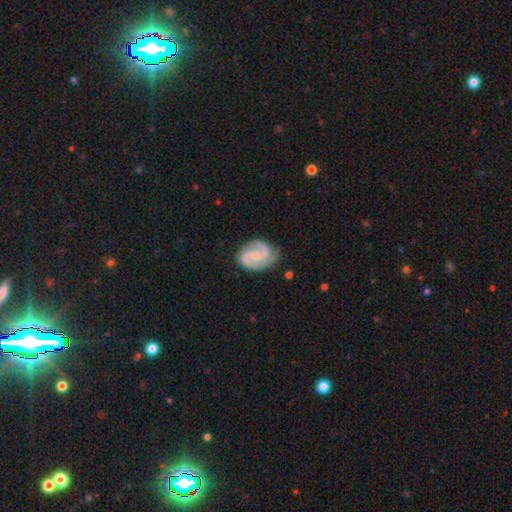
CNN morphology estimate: Overall: featured or disk (90%). Edge-on disk: no (98%). Bar: no (45%; weak 42%). Spiral arms: yes (98%). Spiral arm count: 2 (92%). Spiral winding: medium (50%; tight 40%). Bulge size: small (55%; moderate 22%). Merging: none (79%).